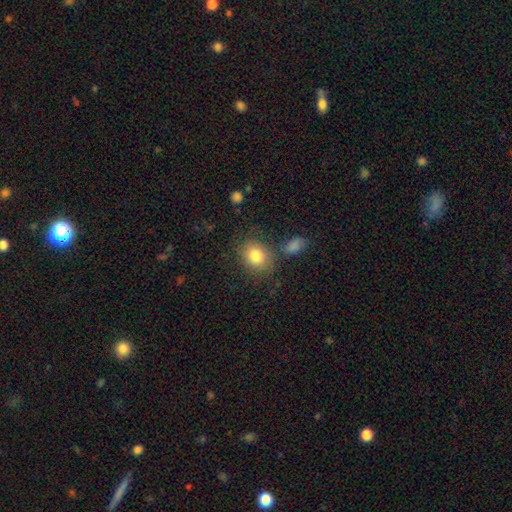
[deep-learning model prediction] Q: Smooth or featured?
A: smooth (83%); runner-up: star or artifact (9%)
Q: How rounded?
A: round (58%); runner-up: in between (41%)
Q: Merging?
A: none (74%); runner-up: minor disturbance (14%)